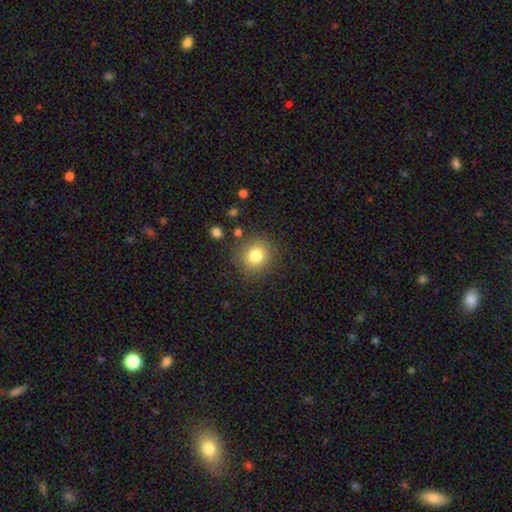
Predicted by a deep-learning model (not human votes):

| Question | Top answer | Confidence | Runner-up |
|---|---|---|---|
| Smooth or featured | smooth | 79% | star or artifact (12%) |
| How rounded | round | 88% | in between (12%) |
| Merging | none | 85% | minor disturbance (9%) |